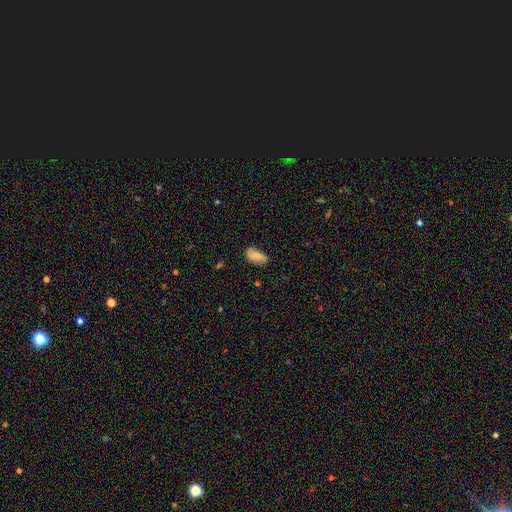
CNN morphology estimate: smooth 76%, featured or disk 16%, star or artifact 8%. Down the decision tree: how rounded — in between (90%); merging — none (64%).